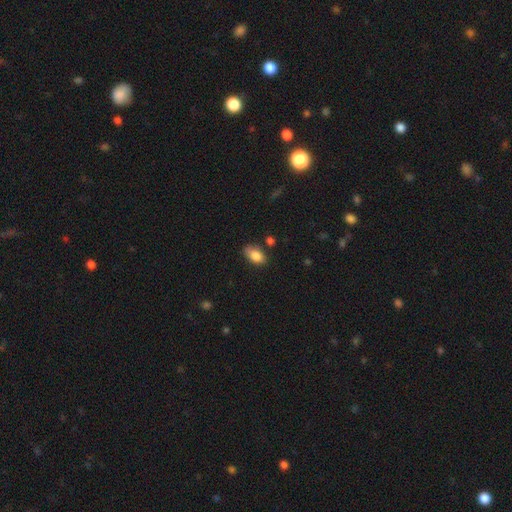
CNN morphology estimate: This appears to be a smooth galaxy with no disk features (84%) that is in between round and cigar-shaped (90%). Merging: none (65%).